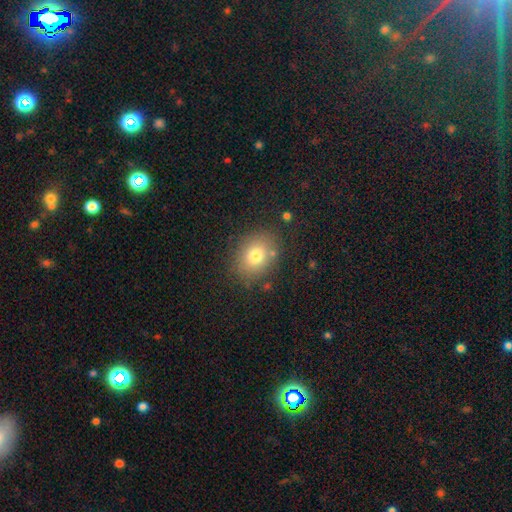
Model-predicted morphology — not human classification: Smooth or featured? smooth (76%)
How rounded? in between (54%)
Merging? none (80%)